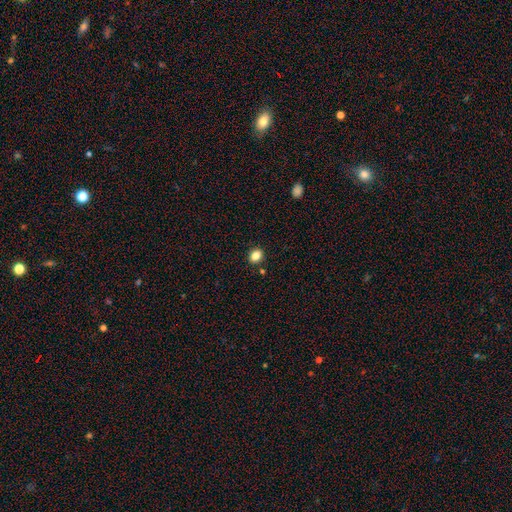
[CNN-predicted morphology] A smooth galaxy with no disk features (84%) that is round (54%).

Vote fractions:
- Smooth or featured? smooth: 84% / star or artifact: 11% / featured or disk: 5%
- How rounded? round: 54% / in between: 46% / cigar-shaped: 1%
- Merging? none: 87% / minor disturbance: 8% / merger: 3% / major disturbance: 2%